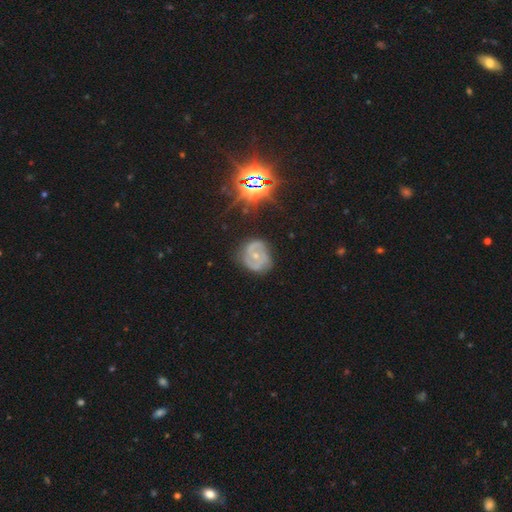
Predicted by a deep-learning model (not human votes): Overall: featured or disk (67%). Edge-on disk: no (97%). Bar: no (67%). Spiral arms: yes (77%). Bulge size: small (59%; moderate 37%). Merging: none (68%).